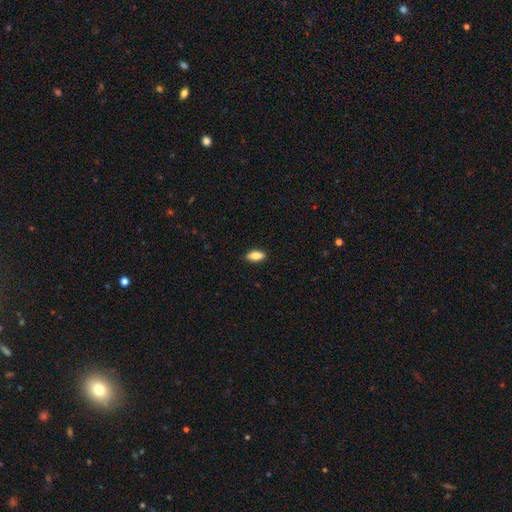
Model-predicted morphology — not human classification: This is clearly a smooth galaxy (84%). How rounded: clearly in between (84%). Merging: clearly none (87%).